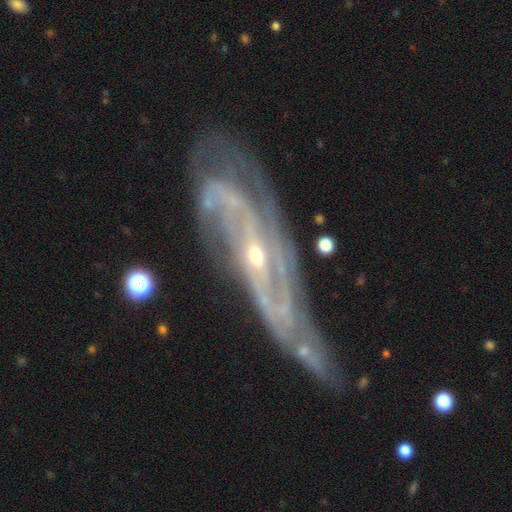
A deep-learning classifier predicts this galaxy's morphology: This appears to be a featured or disk galaxy (89%) with no bar (44%), 2 (49%) medium (42%) spiral arms (97%) and a small central bulge (76%). Merging: none (59%).